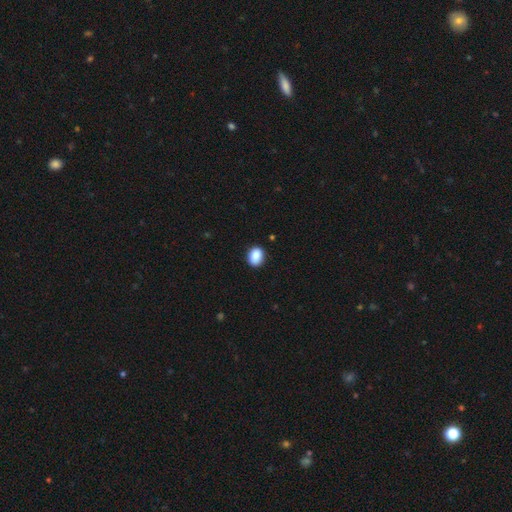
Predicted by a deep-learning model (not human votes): smooth_or_featured: smooth (p=0.88) [alt: star or artifact p=0.08]
how_rounded: in between (p=0.59) [alt: round p=0.40]
merging: none (p=0.88) [alt: minor disturbance p=0.09]